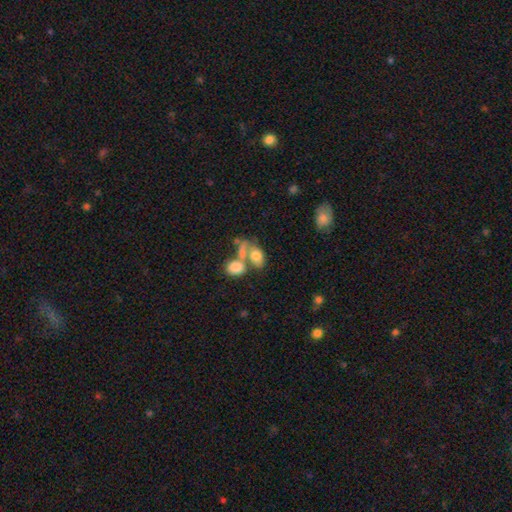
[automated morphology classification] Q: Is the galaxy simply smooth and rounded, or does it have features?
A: smooth — 72%.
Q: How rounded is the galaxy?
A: in between — 83%.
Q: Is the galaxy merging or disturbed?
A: merger — 51%.